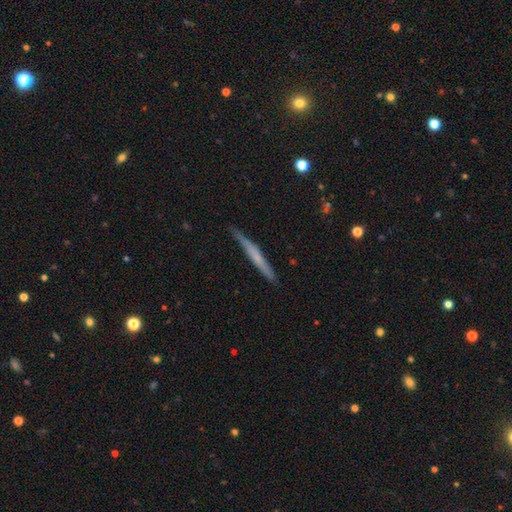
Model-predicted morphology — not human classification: smooth-or-featured: featured or disk: 48% | smooth: 46% | star or artifact: 6%
  merging: none: 83% | minor disturbance: 13% | major disturbance: 2% | merger: 1%